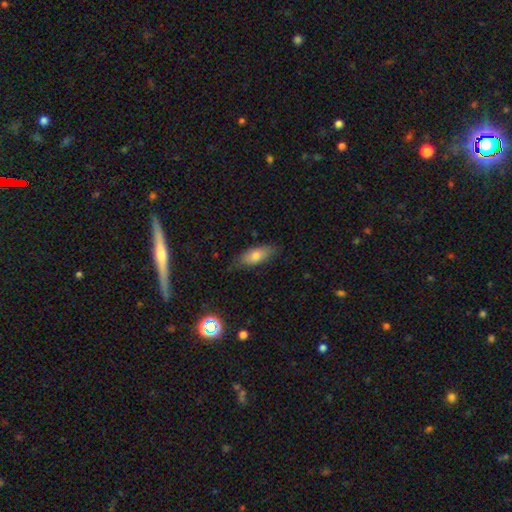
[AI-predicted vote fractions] Smooth or featured? Predicted: smooth (p=0.74). How rounded? Predicted: in between (p=0.77). Merging? Predicted: none (p=0.79).